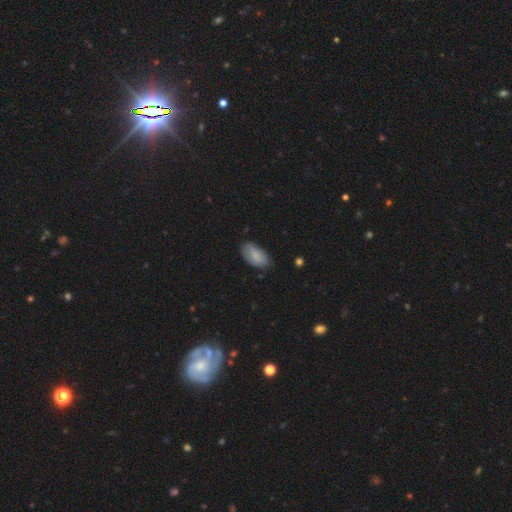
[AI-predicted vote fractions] This appears to be a smooth galaxy with no disk features (75%) that is in between round and cigar-shaped (94%). Merging: none (69%).